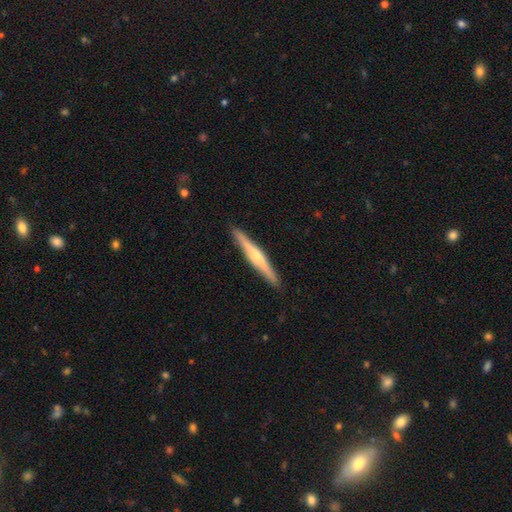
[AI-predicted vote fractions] This is likely a featured or disk galaxy (68%). It is clearly viewed edge-on (98%). Edge-on bulge: clearly rounded (84%). Merging: clearly none (92%).